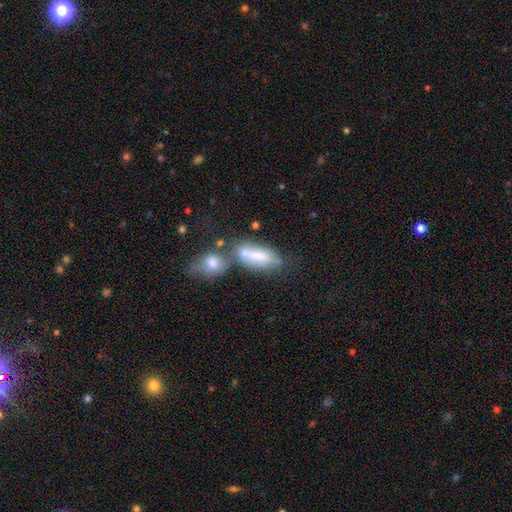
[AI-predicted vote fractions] smooth-or-featured: smooth: 69% | featured or disk: 22% | star or artifact: 9%
  how-rounded: in between: 75% | cigar-shaped: 21% | round: 4%
  merging: merger: 43% | none: 32% | minor disturbance: 16% | major disturbance: 10%